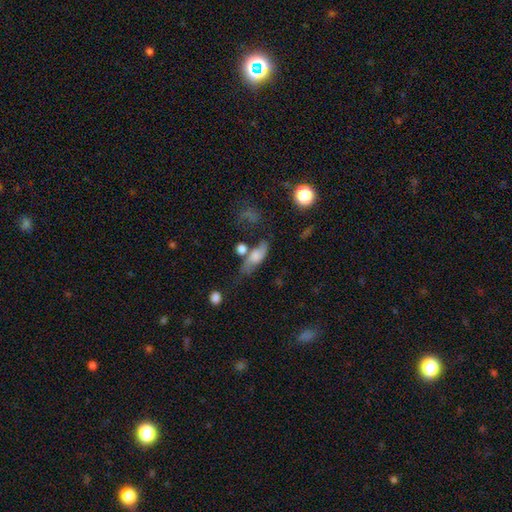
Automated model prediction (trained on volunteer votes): The model was most divided on "smooth or featured": smooth: 50%, featured or disk: 40%, star or artifact: 10%. Remaining: merging — none (42%).